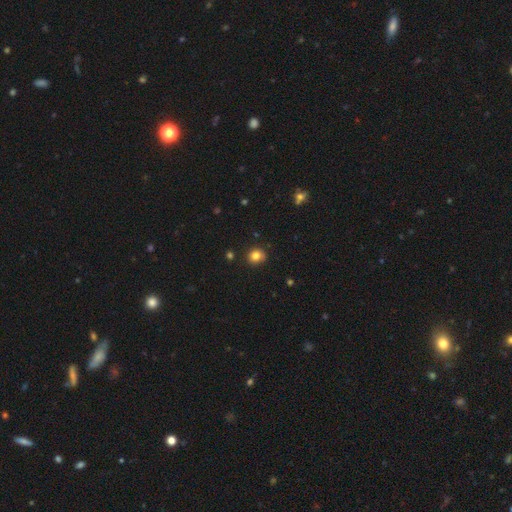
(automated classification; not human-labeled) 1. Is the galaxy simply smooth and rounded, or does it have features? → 82% smooth, 12% star or artifact, 6% featured or disk.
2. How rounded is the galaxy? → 82% round, 17% in between, 1% cigar-shaped.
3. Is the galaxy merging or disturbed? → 84% none, 11% minor disturbance, 2% major disturbance, 2% merger.